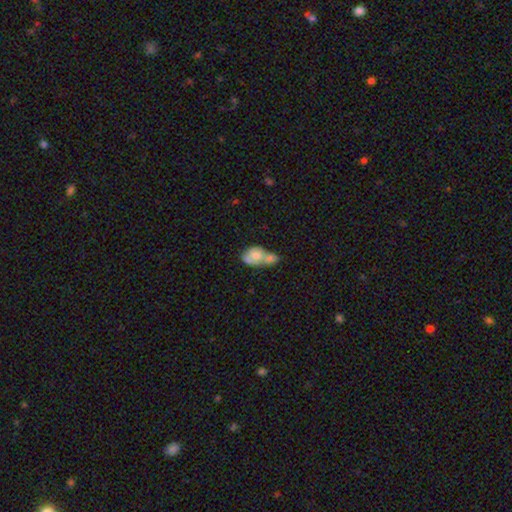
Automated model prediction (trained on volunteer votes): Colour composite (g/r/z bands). It shows a smooth galaxy with no disk features (60%) that is in between round and cigar-shaped (78%). Merging: merger (70%).